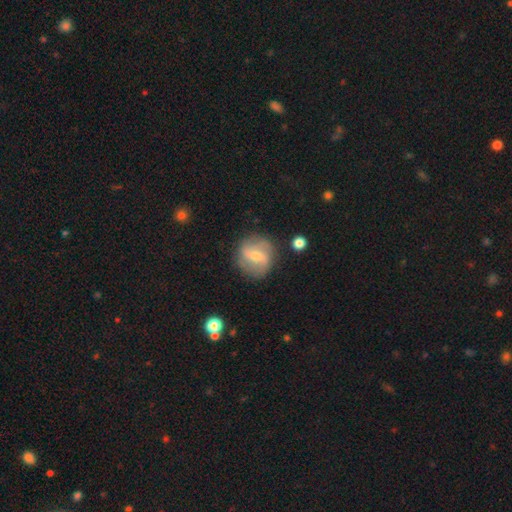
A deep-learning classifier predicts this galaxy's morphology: Overall: featured or disk (61%; smooth 31%). Edge-on disk: no (94%). Bar: weak (44%; strong 38%). Spiral arms: yes (69%; no 31%). Bulge size: moderate (55%; small 40%). Merging: none (81%).